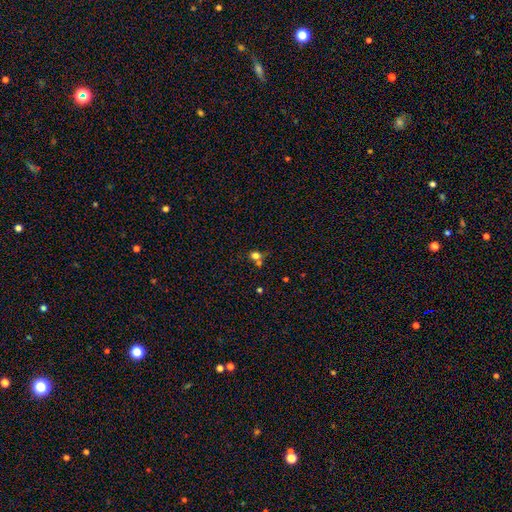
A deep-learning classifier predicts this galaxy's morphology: Smooth or featured? smooth (74%)
How rounded? round (70%)
Merging? none (50%)